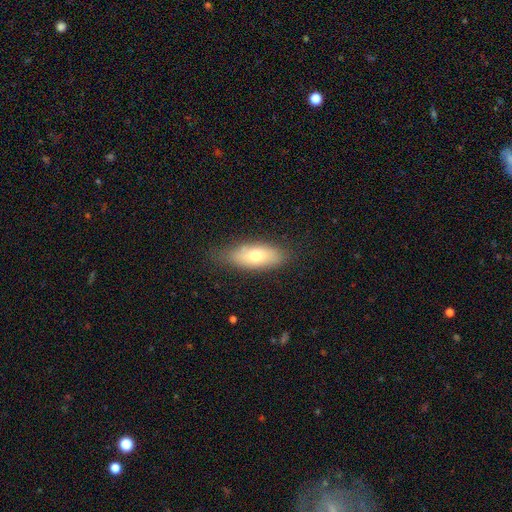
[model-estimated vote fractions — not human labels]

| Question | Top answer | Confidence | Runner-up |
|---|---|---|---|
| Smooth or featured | smooth | 68% | featured or disk (25%) |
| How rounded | in between | 75% | cigar-shaped (22%) |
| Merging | none | 78% | minor disturbance (18%) |